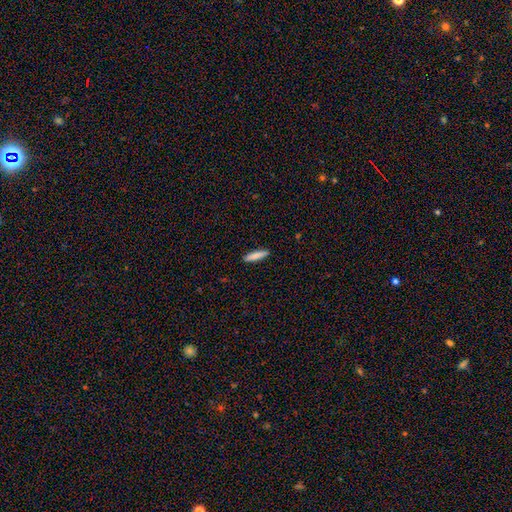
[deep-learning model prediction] Smooth or featured: smooth — 82% (featured or disk — 12%)
How rounded: cigar-shaped — 84% (in between — 15%)
Merging: none — 91% (minor disturbance — 7%)